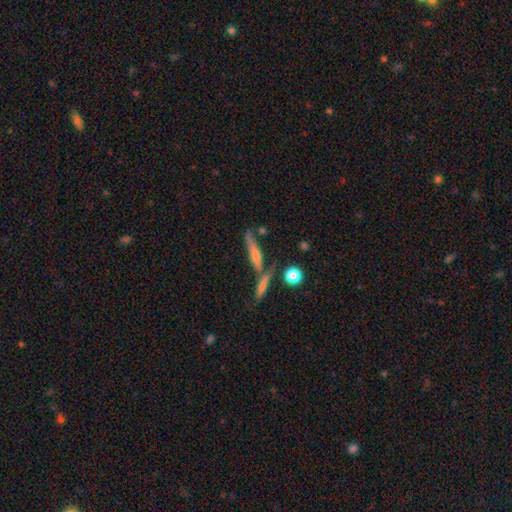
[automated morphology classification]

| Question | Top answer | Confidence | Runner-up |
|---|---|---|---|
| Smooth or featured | featured or disk | 61% | smooth (29%) |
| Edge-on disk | yes | 91% | no (9%) |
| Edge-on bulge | rounded | 72% | none (16%) |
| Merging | none | 63% | merger (20%) |